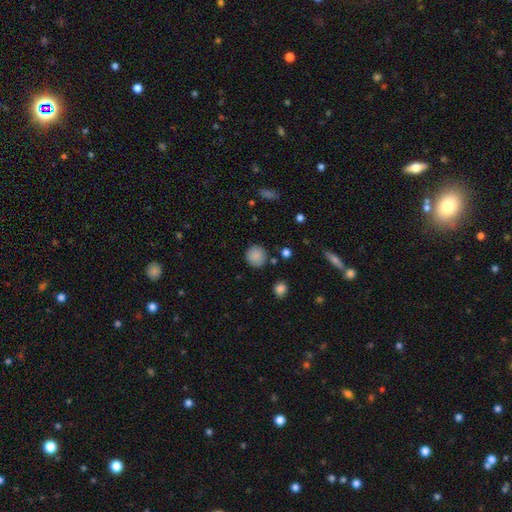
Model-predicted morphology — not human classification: This appears to be a smooth galaxy with no disk features (87%) that is round (92%). Merging: none (85%).